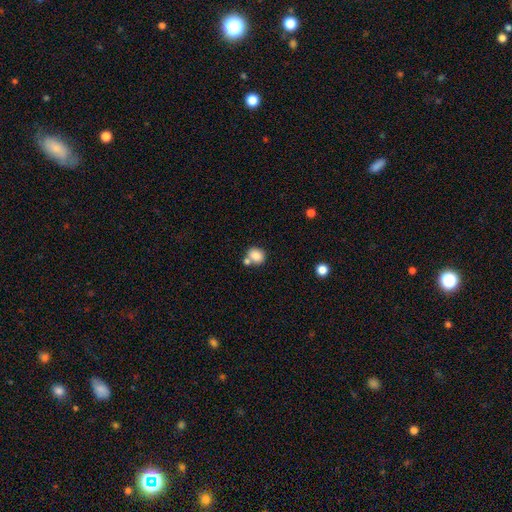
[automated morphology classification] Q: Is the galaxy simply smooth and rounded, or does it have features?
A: smooth — 84%.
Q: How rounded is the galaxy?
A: round — 61%.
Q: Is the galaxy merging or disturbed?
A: none — 55%.